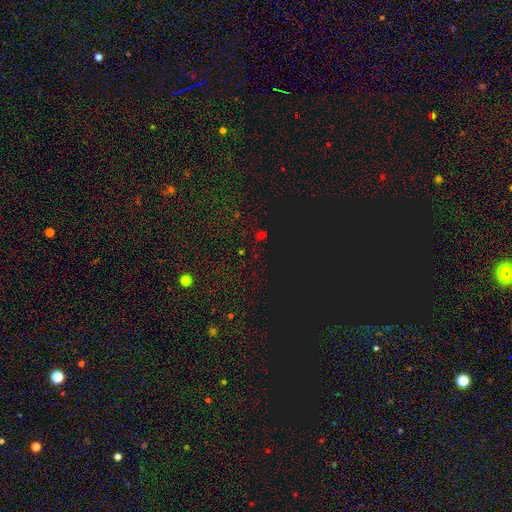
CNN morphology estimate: Smooth or featured: star or artifact — 71% (smooth — 23%)